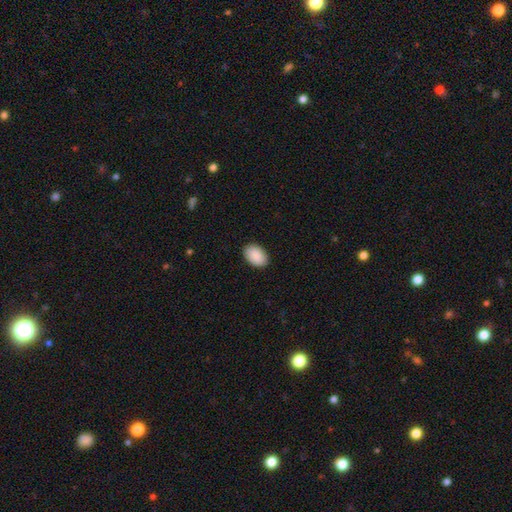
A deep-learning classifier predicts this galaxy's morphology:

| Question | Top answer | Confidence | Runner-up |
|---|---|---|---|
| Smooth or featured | smooth | 91% | star or artifact (6%) |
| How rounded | in between | 89% | round (10%) |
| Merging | none | 90% | minor disturbance (8%) |